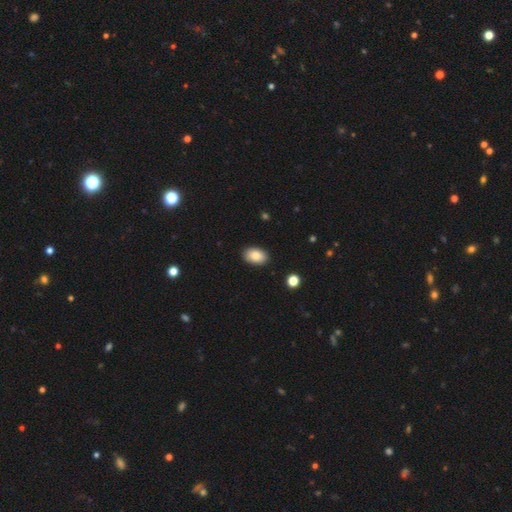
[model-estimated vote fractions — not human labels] Morphology: type=smooth (86%); roundness=in between (90%); merging=none (89%).